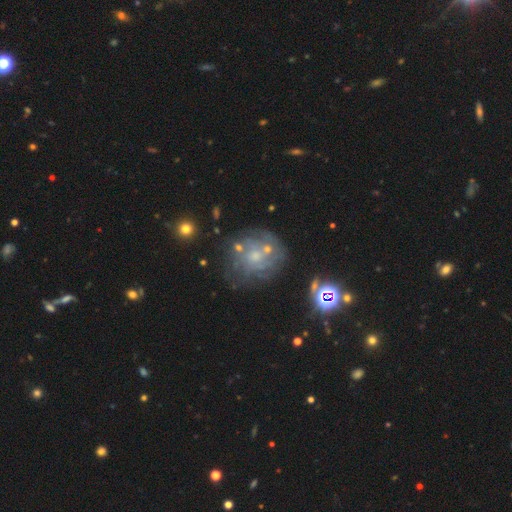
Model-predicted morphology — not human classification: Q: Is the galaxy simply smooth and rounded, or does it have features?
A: featured or disk — 64%.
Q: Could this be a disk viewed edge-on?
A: no — 97%.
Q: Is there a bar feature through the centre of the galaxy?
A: no — 78%.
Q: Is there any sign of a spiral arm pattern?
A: yes — 68%.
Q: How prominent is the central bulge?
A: small — 57%.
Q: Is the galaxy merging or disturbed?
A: none — 61%.